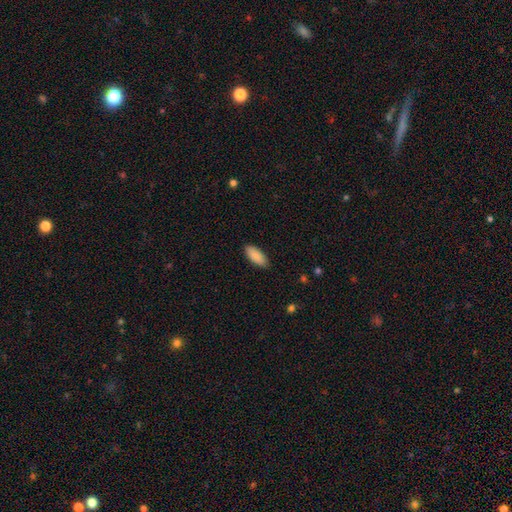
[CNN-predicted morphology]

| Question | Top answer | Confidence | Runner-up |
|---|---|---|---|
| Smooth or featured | smooth | 90% | star or artifact (6%) |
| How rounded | in between | 84% | cigar-shaped (14%) |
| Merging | none | 88% | minor disturbance (9%) |